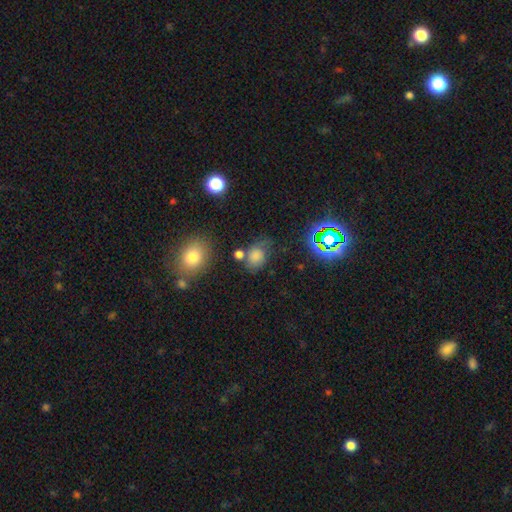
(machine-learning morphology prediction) Smooth or featured? smooth (70%)
How rounded? in between (57%)
Merging? none (51%)